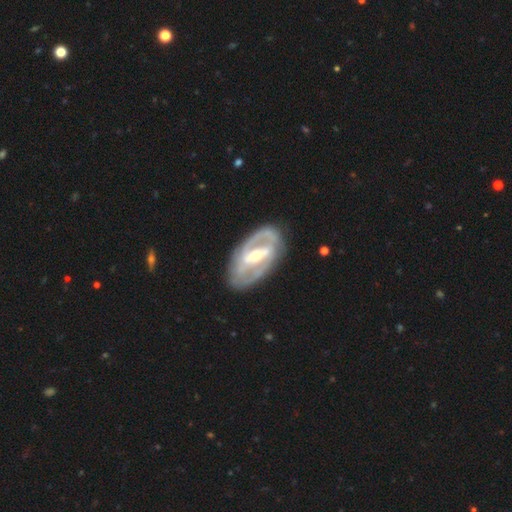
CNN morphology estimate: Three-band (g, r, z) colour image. It shows a featured or disk galaxy (84%) with a strong bar (61%), 2 (78%) tight (43%) spiral arms (80%) and a moderate central bulge (60%). Merging: none (79%).